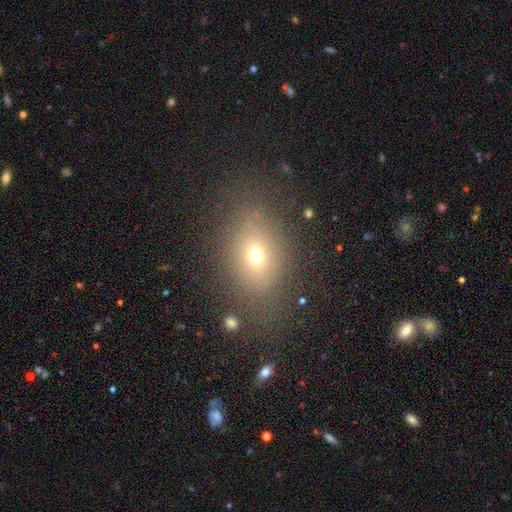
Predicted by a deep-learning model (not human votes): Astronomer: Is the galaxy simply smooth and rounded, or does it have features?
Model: smooth — 66%.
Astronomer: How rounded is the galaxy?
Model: in between — 66%.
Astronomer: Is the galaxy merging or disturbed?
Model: none — 73%.